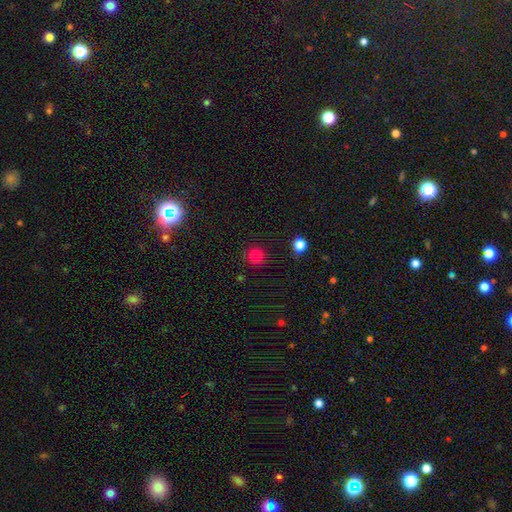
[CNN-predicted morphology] type=smooth (74%); roundness=round (90%); merging=none (82%).